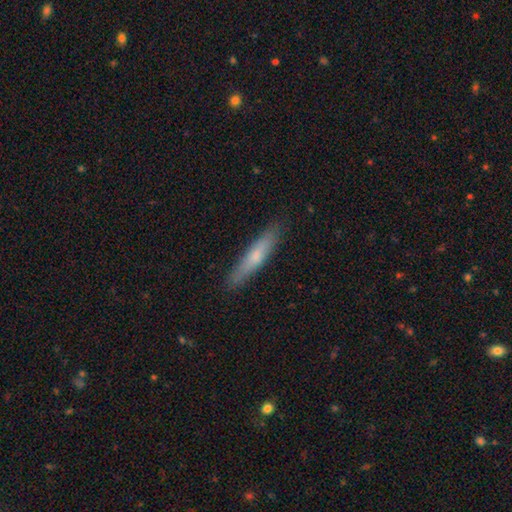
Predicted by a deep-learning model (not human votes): Smooth or featured?
  - smooth: 63% *
  - featured or disk: 31%
  - star or artifact: 6%
How rounded?
  - cigar-shaped: 89% *
  - in between: 9%
  - round: 1%
Merging?
  - none: 88% *
  - minor disturbance: 10%
  - major disturbance: 2%
  - merger: 1%